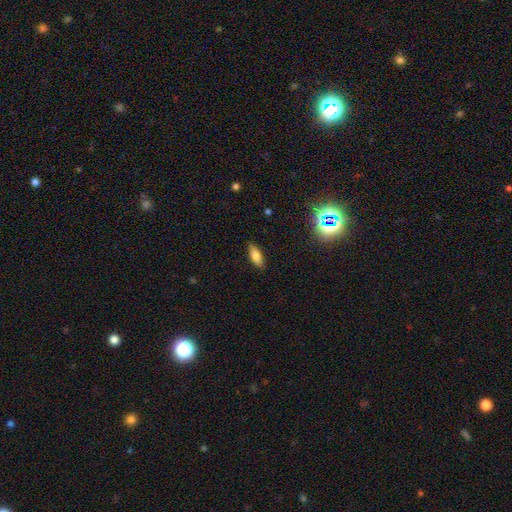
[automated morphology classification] Overall: smooth (76%). How rounded: in between (70%). Merging: none (86%).